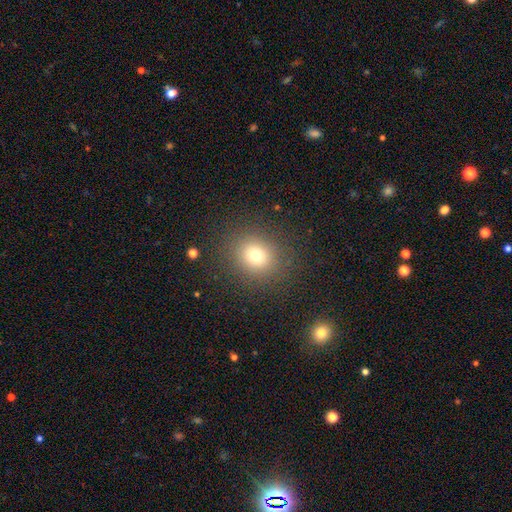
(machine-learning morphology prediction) This is likely a smooth galaxy (73%). How rounded: clearly round (81%). Merging: clearly none (87%).